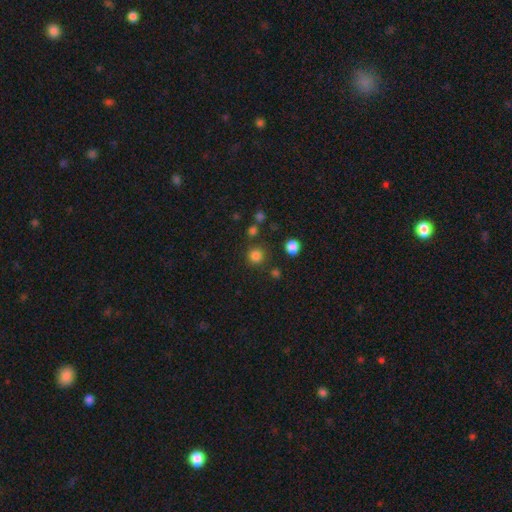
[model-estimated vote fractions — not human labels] A smooth galaxy with no disk features (81%) that is round (93%).

Vote fractions:
- Smooth or featured? smooth: 81% / star or artifact: 15% / featured or disk: 4%
- How rounded? round: 93% / in between: 6% / cigar-shaped: 1%
- Merging? none: 83% / minor disturbance: 8% / merger: 6% / major disturbance: 4%